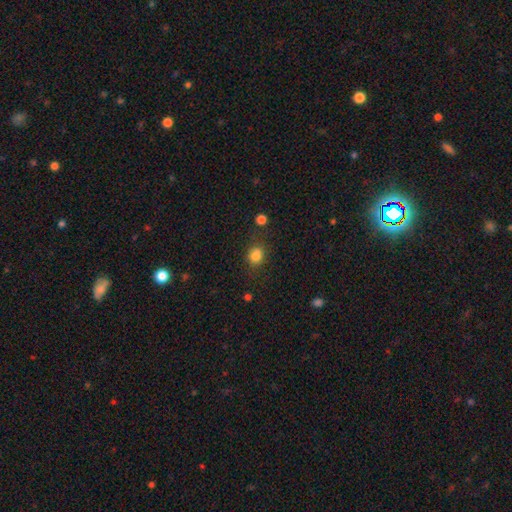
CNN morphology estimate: Smooth or featured? smooth (83%)
How rounded? round (58%)
Merging? none (75%)